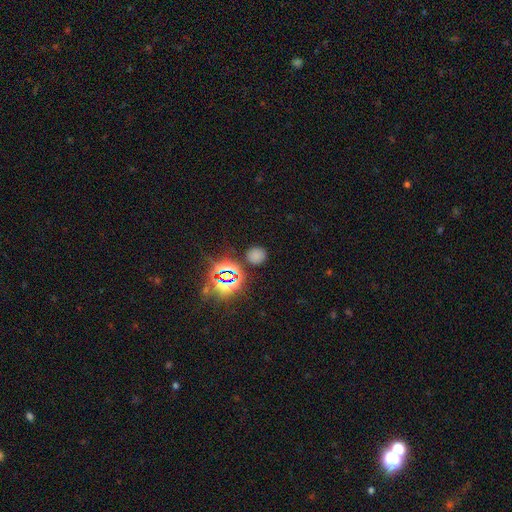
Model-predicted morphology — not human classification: A smooth galaxy with no disk features (64%) that is round (86%).

Vote fractions:
- Smooth or featured? smooth: 64% / star or artifact: 30% / featured or disk: 5%
- How rounded? round: 86% / in between: 13% / cigar-shaped: 1%
- Merging? none: 85% / minor disturbance: 8% / major disturbance: 3% / merger: 3%